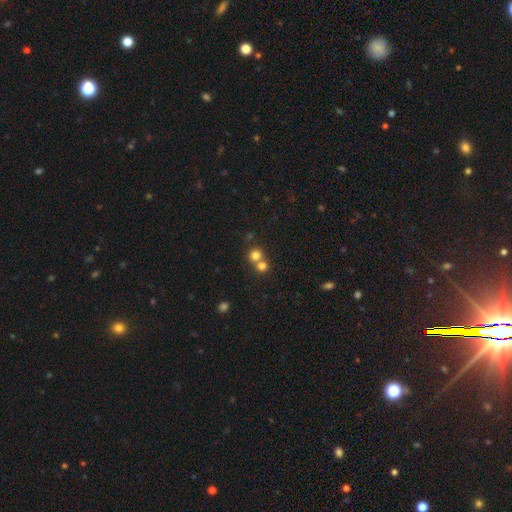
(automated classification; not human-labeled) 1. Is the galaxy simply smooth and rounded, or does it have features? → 77% smooth, 13% star or artifact, 9% featured or disk.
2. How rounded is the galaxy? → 89% round, 10% in between, 1% cigar-shaped.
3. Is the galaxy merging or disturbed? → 48% merger, 46% none, 4% minor disturbance, 2% major disturbance.